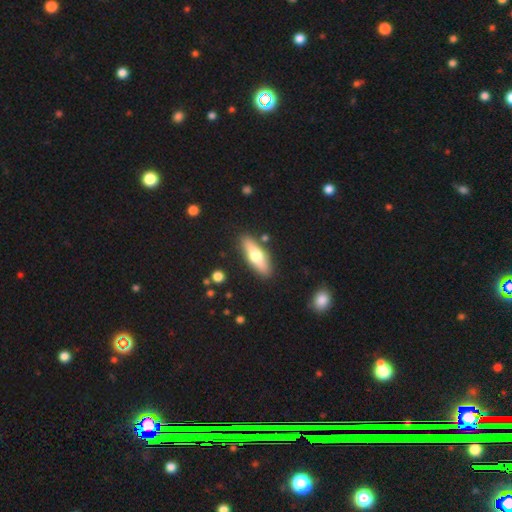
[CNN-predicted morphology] The model was most divided on "how rounded": cigar-shaped: 51%, in between: 47%, round: 3%. More confident: merging — none (86%); smooth or featured — smooth (55%).